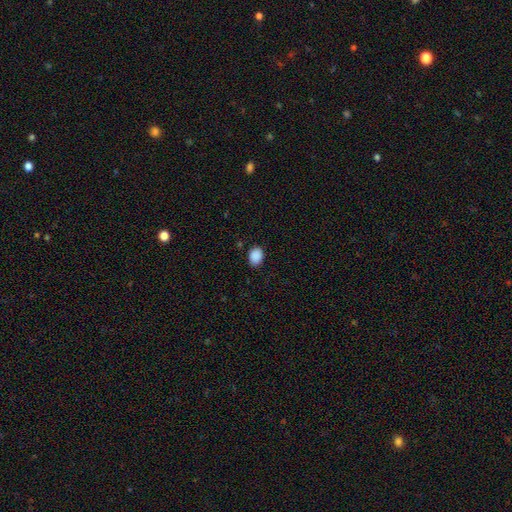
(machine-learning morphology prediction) Smooth or featured? smooth (89%)
How rounded? in between (63%)
Merging? none (86%)